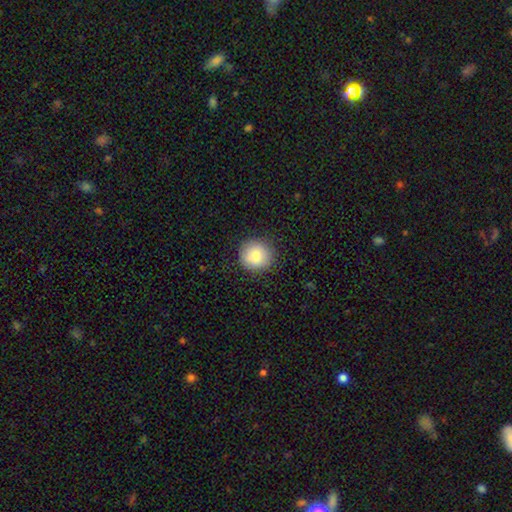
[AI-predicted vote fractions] Smooth or featured: smooth — 83% (star or artifact — 8%)
How rounded: round — 92% (in between — 7%)
Merging: none — 88% (minor disturbance — 8%)